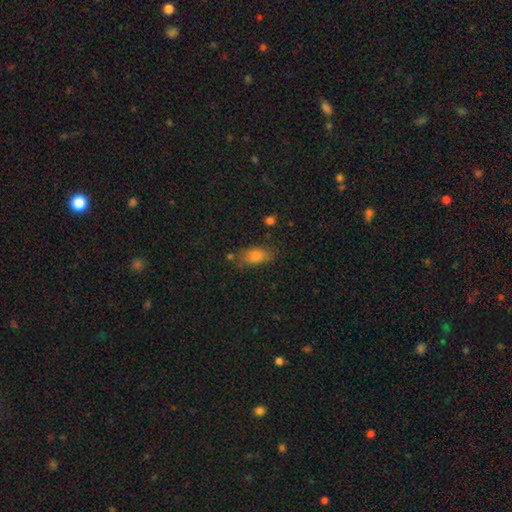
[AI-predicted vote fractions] Q: Smooth or featured?
A: smooth (77%); runner-up: star or artifact (12%)
Q: How rounded?
A: in between (83%); runner-up: cigar-shaped (11%)
Q: Merging?
A: none (68%); runner-up: minor disturbance (20%)